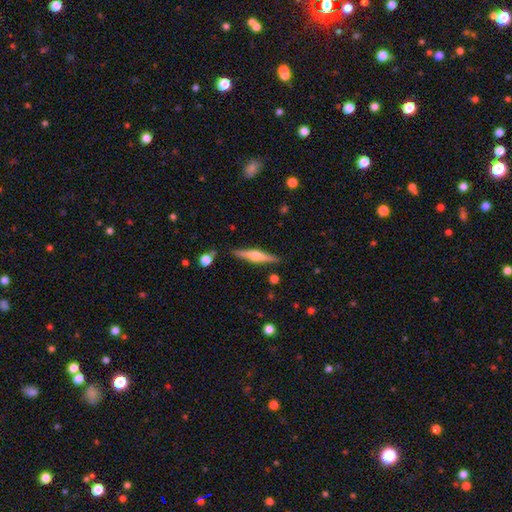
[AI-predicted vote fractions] featured or disk 63%, smooth 31%, star or artifact 6%. Down the decision tree: edge-on disk — yes (97%); edge-on bulge — rounded (82%); merging — none (88%).